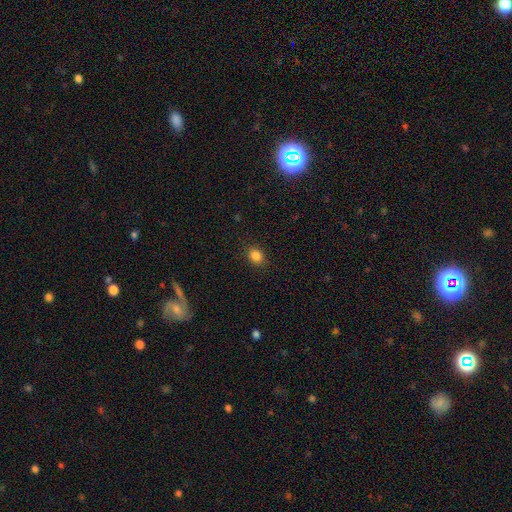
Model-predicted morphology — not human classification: Smooth or featured: smooth — 85% (star or artifact — 11%)
How rounded: in between — 50% (round — 49%)
Merging: none — 89% (minor disturbance — 8%)